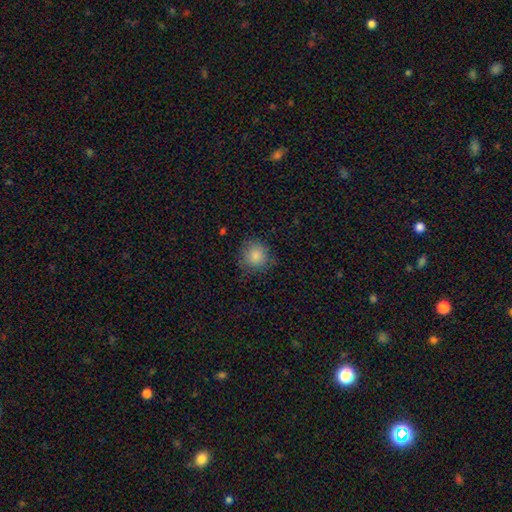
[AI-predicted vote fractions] Smooth or featured?
  - smooth: 85% *
  - star or artifact: 10%
  - featured or disk: 5%
How rounded?
  - round: 90% *
  - in between: 9%
  - cigar-shaped: 1%
Merging?
  - none: 78% *
  - minor disturbance: 16%
  - major disturbance: 5%
  - merger: 1%